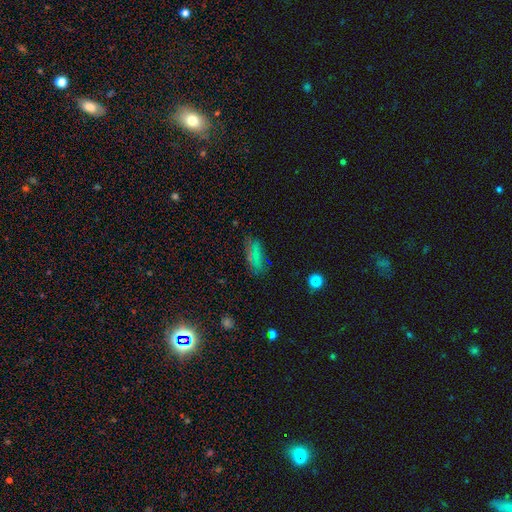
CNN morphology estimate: This appears to be a smooth galaxy with no disk features (62%) that is in between round and cigar-shaped (76%). Merging: none (80%).